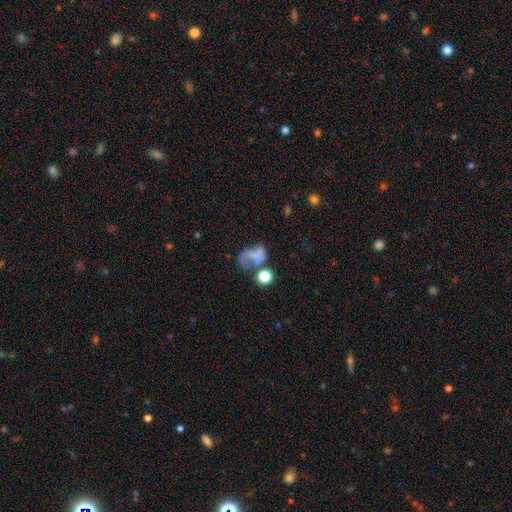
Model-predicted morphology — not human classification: This is possibly a smooth galaxy (51%). How rounded: likely in between (64%). Merging: marginally major disturbance (35%).